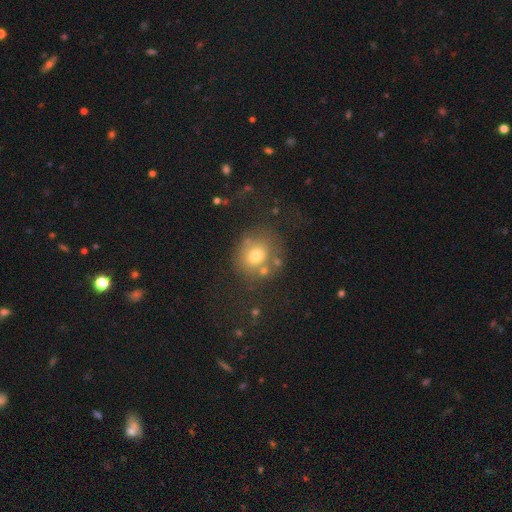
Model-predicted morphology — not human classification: A smooth galaxy with no disk features (70%) that is round (72%). Merging: none (64%).